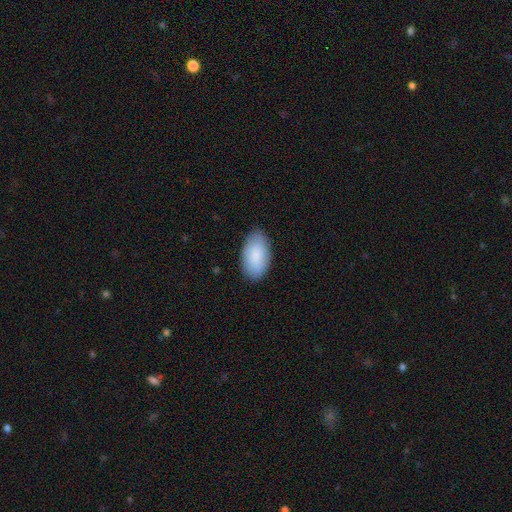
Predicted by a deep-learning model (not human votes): smooth 86%, featured or disk 9%, star or artifact 6%. Down the decision tree: how rounded — in between (95%); merging — none (84%).